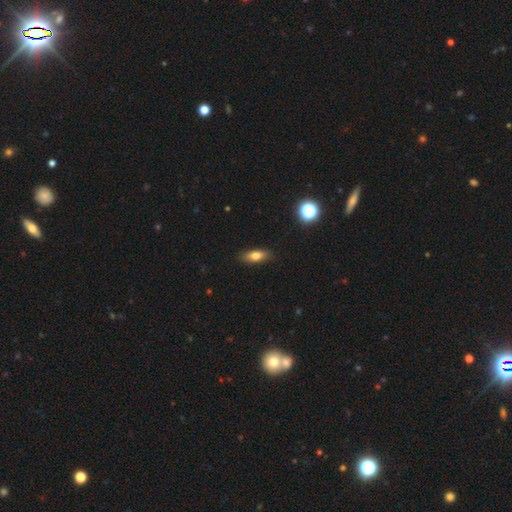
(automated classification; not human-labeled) smooth_or_featured: smooth (p=0.72) [alt: featured or disk p=0.19]
how_rounded: in between (p=0.66) [alt: cigar-shaped p=0.28]
merging: none (p=0.87) [alt: minor disturbance p=0.10]